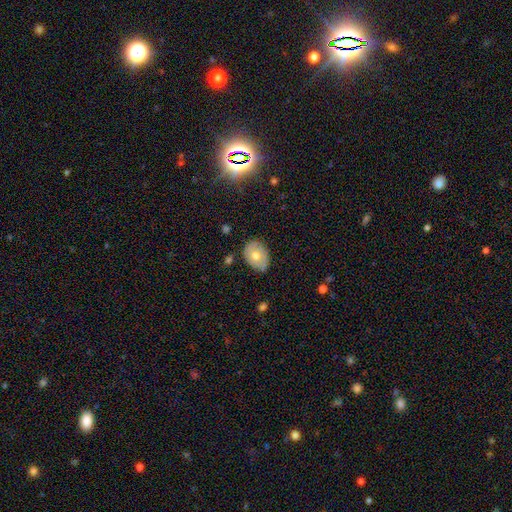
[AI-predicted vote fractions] The model was most divided on "smooth or featured": smooth: 58%, featured or disk: 33%, star or artifact: 8%. More confident: how rounded — in between (74%); merging — none (74%).